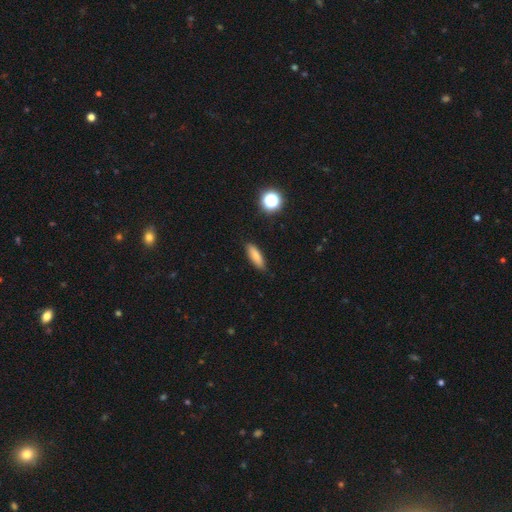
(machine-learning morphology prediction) A smooth galaxy with no disk features (79%) that is cigar-shaped (51%).

Vote fractions:
- Smooth or featured? smooth: 79% / featured or disk: 12% / star or artifact: 9%
- How rounded? cigar-shaped: 51% / in between: 46% / round: 3%
- Merging? none: 87% / minor disturbance: 10% / major disturbance: 2% / merger: 1%